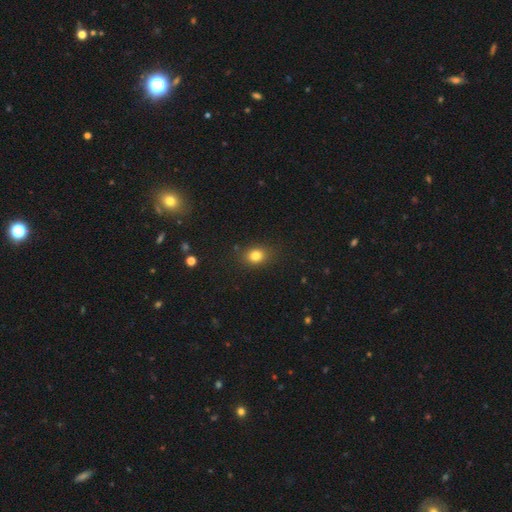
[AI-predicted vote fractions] A smooth galaxy with no disk features (82%) that is in between round and cigar-shaped (52%). Merging: none (82%).